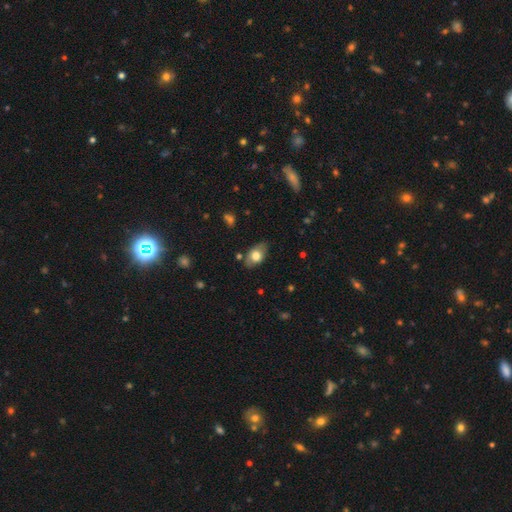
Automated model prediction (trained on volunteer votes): A smooth galaxy with no disk features (71%) that is in between round and cigar-shaped (88%). Merging: none (74%).